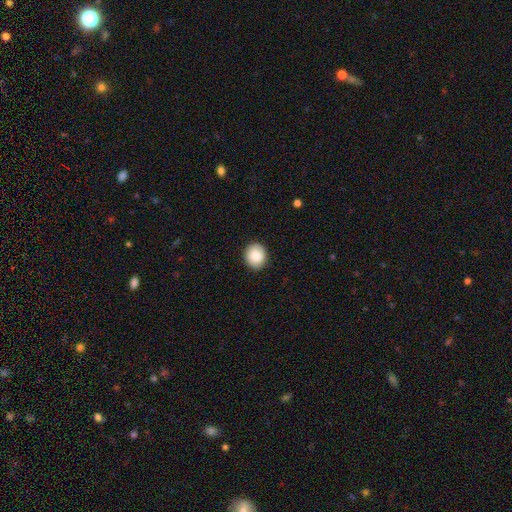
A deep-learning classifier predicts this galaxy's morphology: A smooth galaxy with no disk features (87%) that is round (72%).

Vote fractions:
- Smooth or featured? smooth: 87% / star or artifact: 7% / featured or disk: 5%
- How rounded? round: 72% / in between: 27% / cigar-shaped: 1%
- Merging? none: 89% / minor disturbance: 8% / major disturbance: 2% / merger: 1%